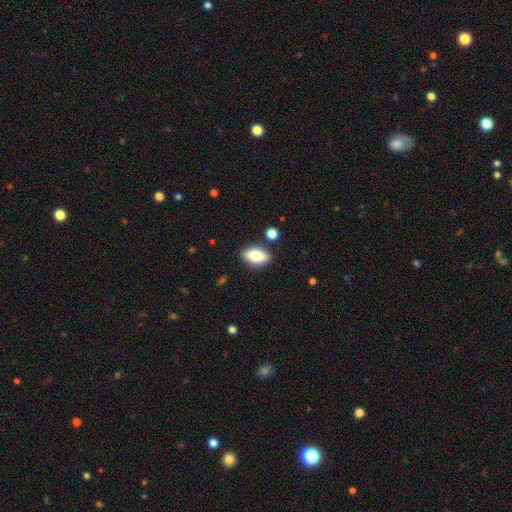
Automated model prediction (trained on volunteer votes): Smooth or featured?
  - smooth: 69% *
  - featured or disk: 23%
  - star or artifact: 8%
How rounded?
  - in between: 84% *
  - round: 9%
  - cigar-shaped: 7%
Merging?
  - none: 83% *
  - minor disturbance: 10%
  - merger: 4%
  - major disturbance: 3%